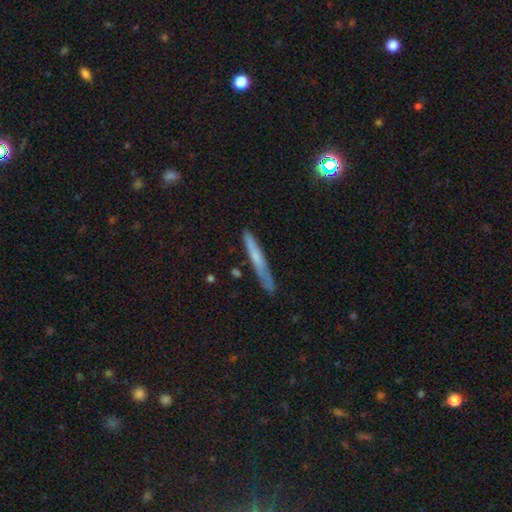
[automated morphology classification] smooth 57%, featured or disk 36%, star or artifact 7%. Down the decision tree: how rounded — cigar-shaped (95%); merging — none (78%).